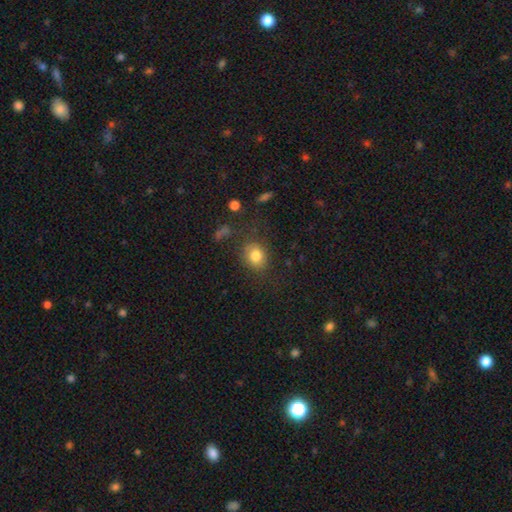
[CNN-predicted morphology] A smooth galaxy with no disk features (81%) that is round (59%). Merging: none (77%).